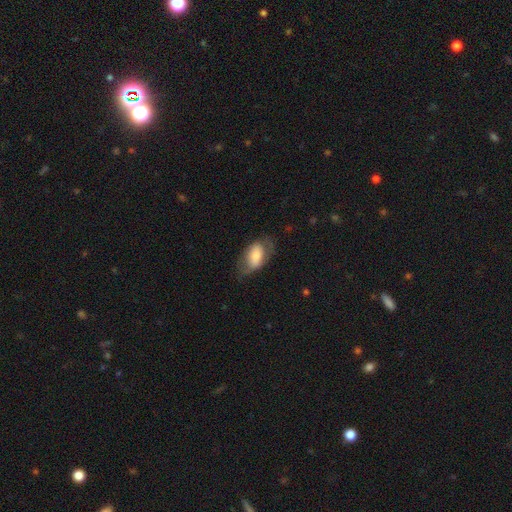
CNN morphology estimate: A smooth galaxy with no disk features (64%) that is in between round and cigar-shaped (91%). Merging: none (60%).